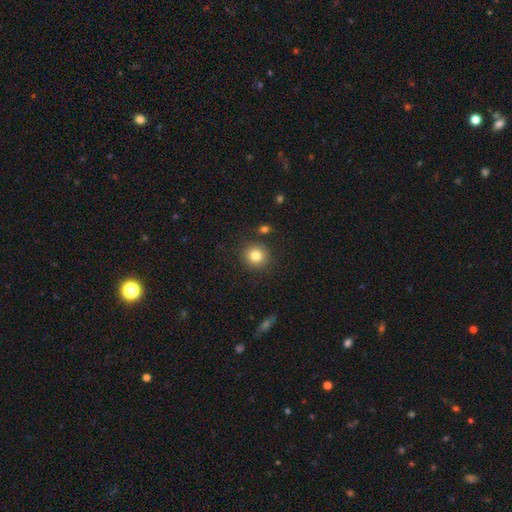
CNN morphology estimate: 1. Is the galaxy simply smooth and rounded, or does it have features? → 82% smooth, 11% star or artifact, 7% featured or disk.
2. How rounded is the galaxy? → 90% round, 9% in between, 1% cigar-shaped.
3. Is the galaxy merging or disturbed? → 88% none, 7% minor disturbance, 3% merger, 2% major disturbance.